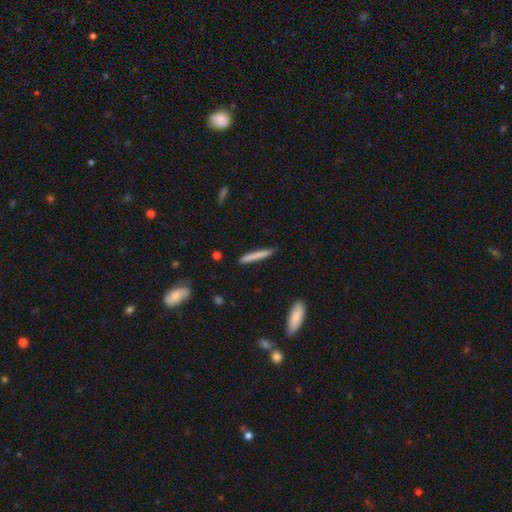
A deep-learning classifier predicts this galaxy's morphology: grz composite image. It shows a smooth galaxy with no disk features (74%) that is cigar-shaped (96%). Merging: none (87%).